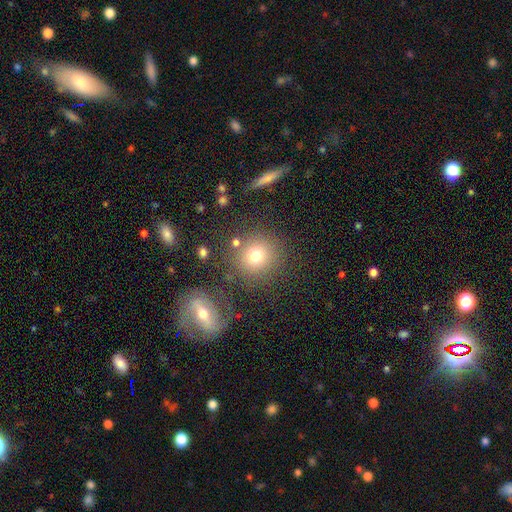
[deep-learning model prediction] smooth-or-featured: smooth: 74% | star or artifact: 15% | featured or disk: 11%
  how-rounded: round: 90% | in between: 9% | cigar-shaped: 1%
  merging: none: 77% | minor disturbance: 10% | merger: 8% | major disturbance: 5%